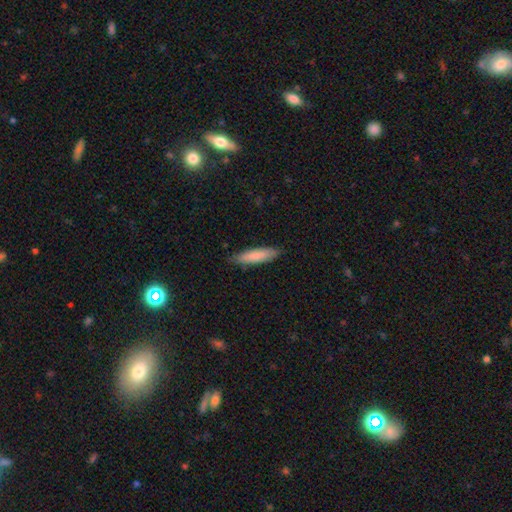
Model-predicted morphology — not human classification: Overall: smooth (82%). How rounded: cigar-shaped (72%). Merging: none (85%).